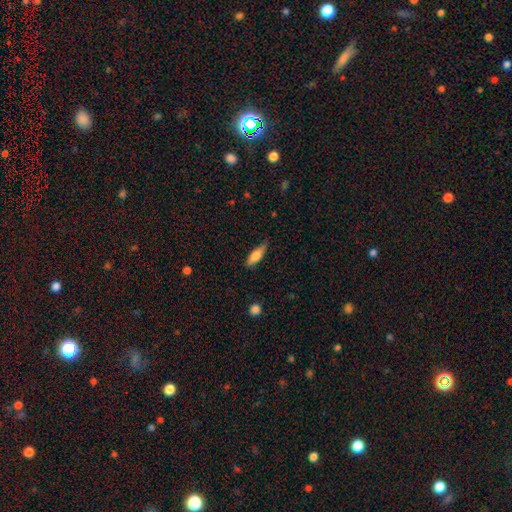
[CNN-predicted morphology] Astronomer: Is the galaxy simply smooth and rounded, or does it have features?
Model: smooth — 68%.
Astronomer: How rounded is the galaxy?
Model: in between — 53% (runner-up: cigar-shaped, 44%).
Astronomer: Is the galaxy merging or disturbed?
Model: none — 70%.